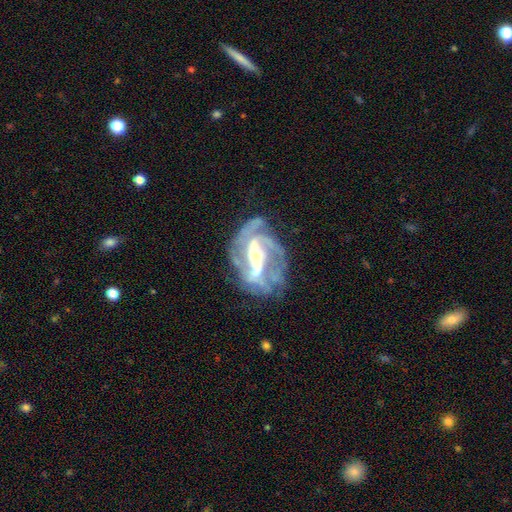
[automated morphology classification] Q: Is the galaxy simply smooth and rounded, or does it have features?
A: featured or disk — 89%.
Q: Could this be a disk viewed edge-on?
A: no — 97%.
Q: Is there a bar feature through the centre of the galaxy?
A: strong — 54%.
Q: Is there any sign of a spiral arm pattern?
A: yes — 95%.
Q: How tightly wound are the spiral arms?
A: medium — 45%.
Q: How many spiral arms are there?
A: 2 — 42%.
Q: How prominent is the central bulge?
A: moderate — 52%.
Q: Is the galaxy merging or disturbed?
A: none — 59%.